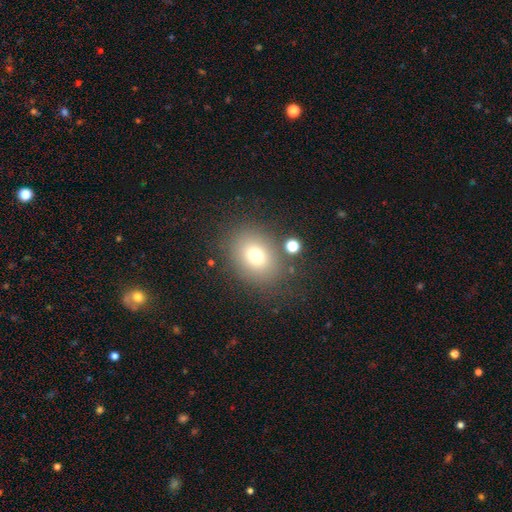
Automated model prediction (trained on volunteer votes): The model was most divided on "how rounded": round: 51%, in between: 48%, cigar-shaped: 1%. More confident: merging — none (78%); smooth or featured — smooth (73%).